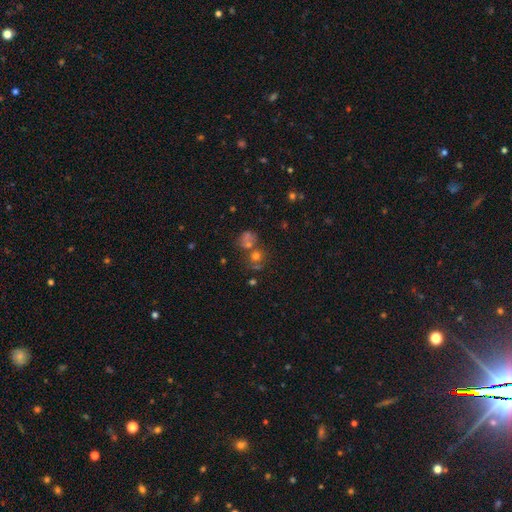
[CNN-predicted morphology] Overall: smooth (48%; star or artifact 35%). Merging: none (47%; merger 38%).